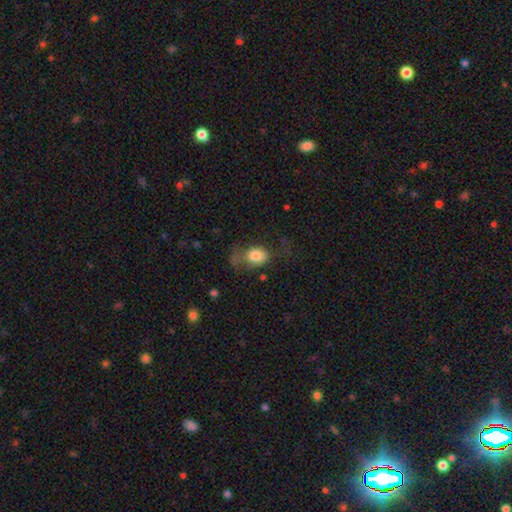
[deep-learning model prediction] Smooth or featured: smooth — 77% (featured or disk — 13%)
How rounded: in between — 55% (round — 44%)
Merging: none — 35% (major disturbance — 34%)